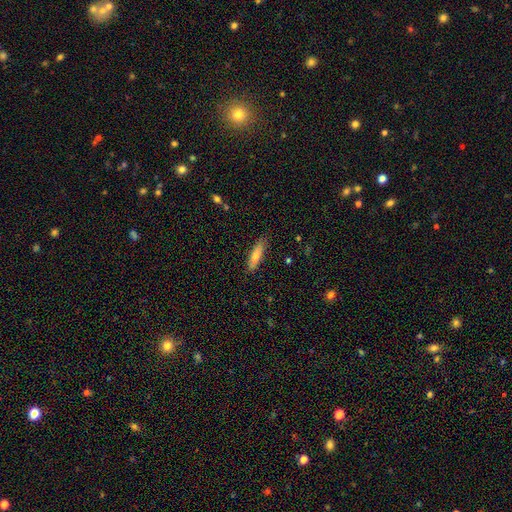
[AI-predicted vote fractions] Morphology: type=smooth (64%); roundness=cigar-shaped (69%); merging=none (86%).